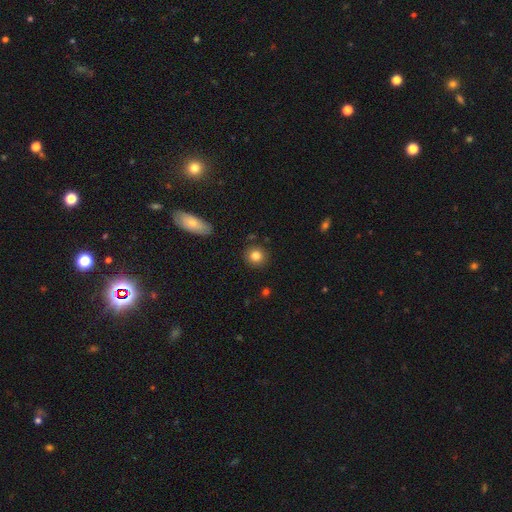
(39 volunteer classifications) Volunteers were most divided on "how rounded": round: 88%, in between: 12%, cigar-shaped: 0%. More confident: merging — none (89%); smooth or featured — smooth (87%).